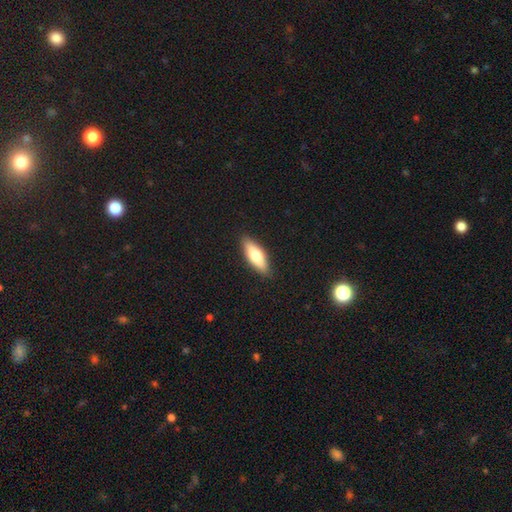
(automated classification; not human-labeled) This is likely a smooth galaxy (69%). How rounded: possibly in between (54%). Merging: clearly none (88%).